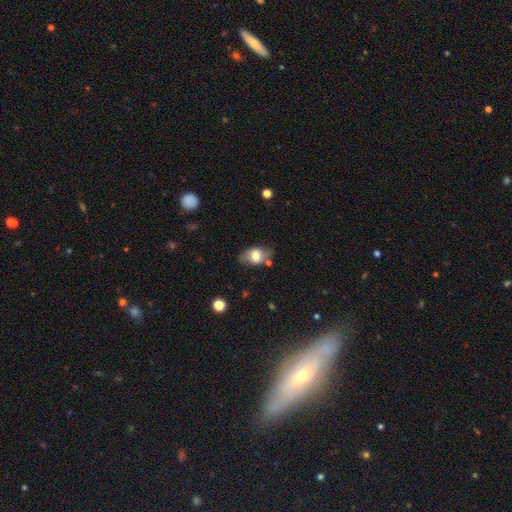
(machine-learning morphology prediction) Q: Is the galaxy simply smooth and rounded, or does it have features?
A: smooth — 70%.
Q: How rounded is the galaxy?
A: in between — 81%.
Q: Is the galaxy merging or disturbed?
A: none — 69%.